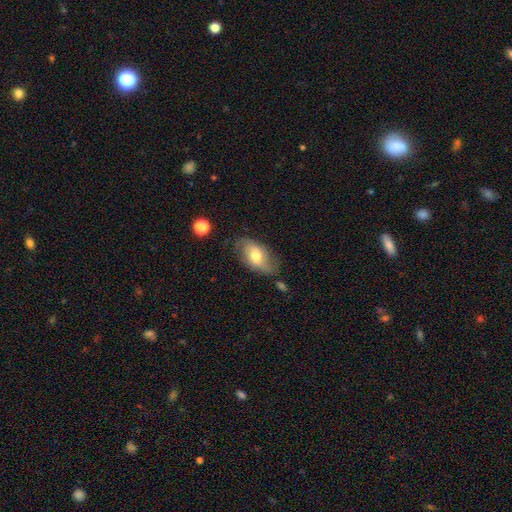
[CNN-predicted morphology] The model was most divided on "smooth or featured": smooth: 52%, featured or disk: 41%, star or artifact: 7%. More confident: how rounded — in between (90%); merging — none (64%).